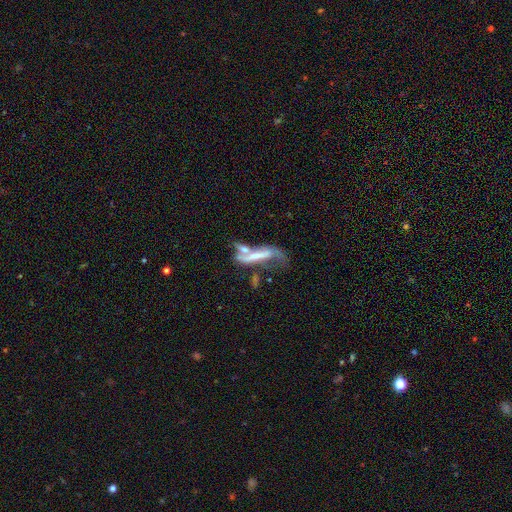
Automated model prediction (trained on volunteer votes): The model was most divided on "merging": merger: 45%, major disturbance: 26%, none: 17%, minor disturbance: 12%. More confident: edge-on disk — no (69%); smooth or featured — featured or disk (62%).